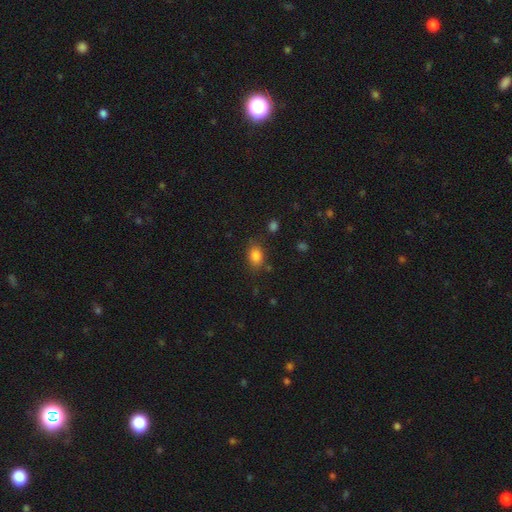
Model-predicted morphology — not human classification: This is clearly a smooth galaxy (83%). How rounded: likely in between (73%). Merging: likely none (77%).